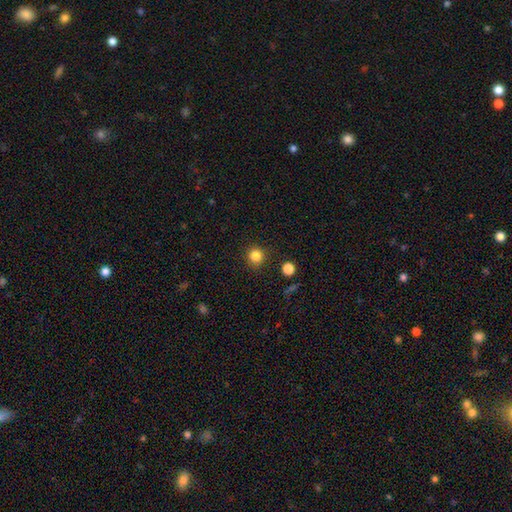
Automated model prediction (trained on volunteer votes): Smooth or featured: smooth — 84% (star or artifact — 12%)
How rounded: round — 93% (in between — 6%)
Merging: none — 89% (minor disturbance — 7%)